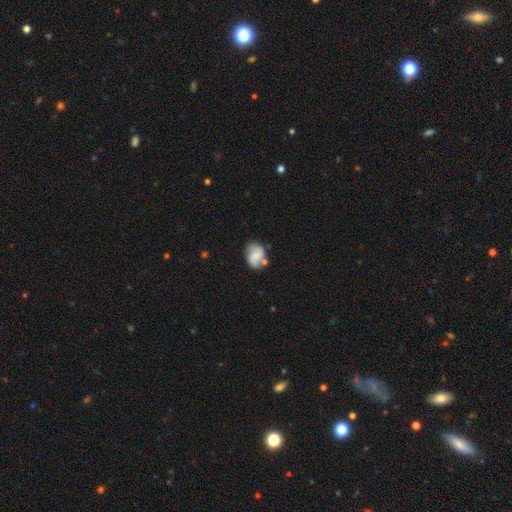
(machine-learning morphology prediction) smooth 47%, featured or disk 45%, star or artifact 8%. Down the decision tree: merging — none (56%).